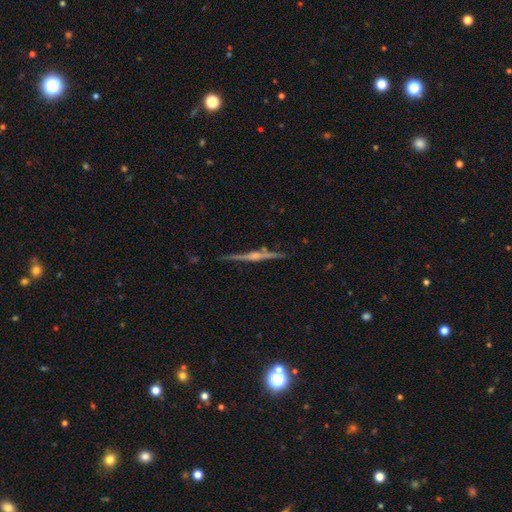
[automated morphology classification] Q: Smooth or featured?
A: featured or disk (81%); runner-up: smooth (12%)
Q: Edge-on disk?
A: yes (98%); runner-up: no (2%)
Q: Edge-on bulge?
A: rounded (76%); runner-up: none (13%)
Q: Merging?
A: none (89%); runner-up: minor disturbance (8%)